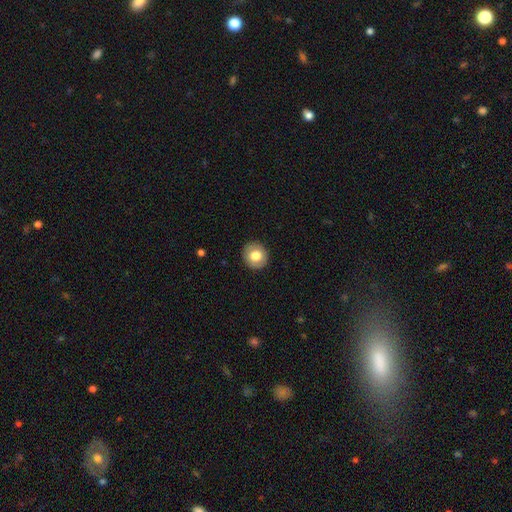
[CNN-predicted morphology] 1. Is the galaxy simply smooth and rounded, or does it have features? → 76% smooth, 16% featured or disk, 8% star or artifact.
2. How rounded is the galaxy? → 87% round, 12% in between, 1% cigar-shaped.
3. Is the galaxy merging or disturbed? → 90% none, 7% minor disturbance, 2% major disturbance, 1% merger.